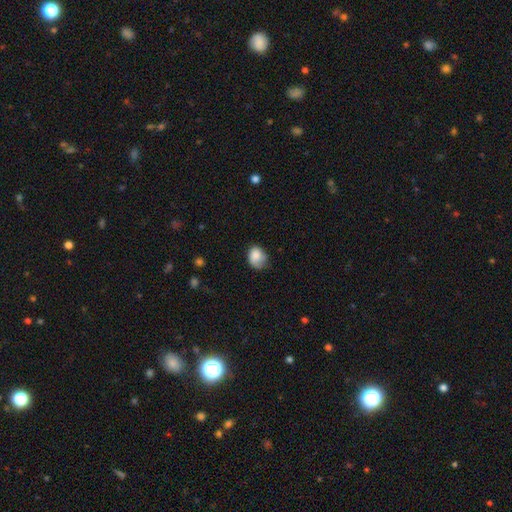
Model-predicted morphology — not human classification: Smooth or featured?
  - smooth: 81% *
  - featured or disk: 11%
  - star or artifact: 8%
How rounded?
  - round: 52% *
  - in between: 47%
  - cigar-shaped: 1%
Merging?
  - none: 49% *
  - minor disturbance: 36%
  - major disturbance: 13%
  - merger: 2%